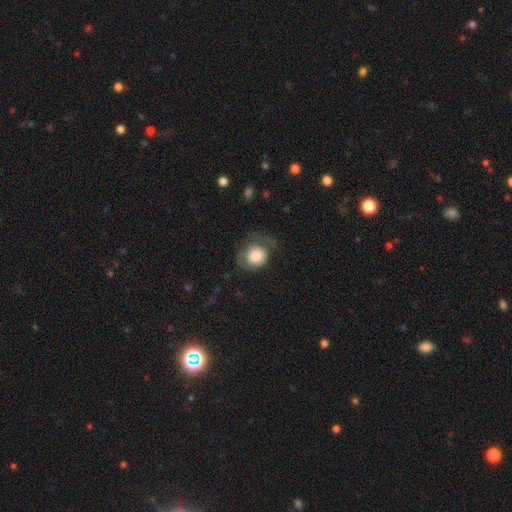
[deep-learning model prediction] Smooth or featured: smooth — 76% (featured or disk — 17%)
How rounded: round — 73% (in between — 26%)
Merging: none — 41% (major disturbance — 29%)